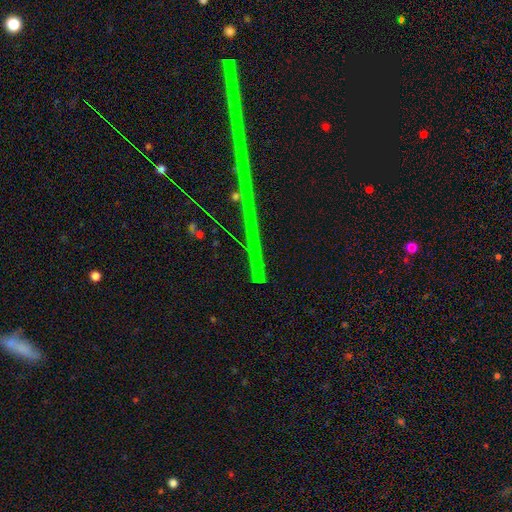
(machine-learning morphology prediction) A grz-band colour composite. It shows a star or artifact, not a galaxy (83%).